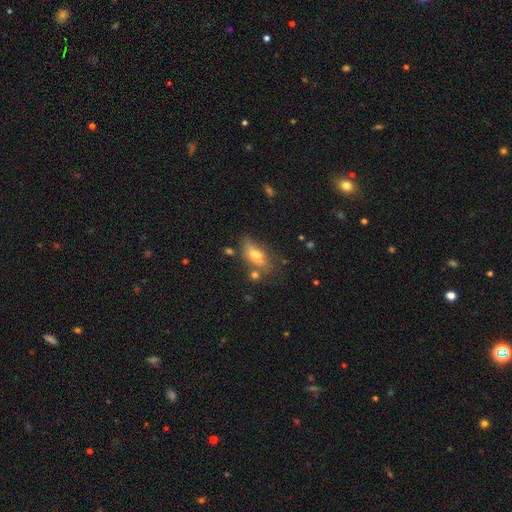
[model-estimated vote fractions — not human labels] A smooth galaxy with no disk features (67%) that is in between round and cigar-shaped (78%).

Vote fractions:
- Smooth or featured? smooth: 67% / featured or disk: 25% / star or artifact: 9%
- How rounded? in between: 78% / cigar-shaped: 16% / round: 6%
- Merging? none: 63% / minor disturbance: 19% / merger: 11% / major disturbance: 7%